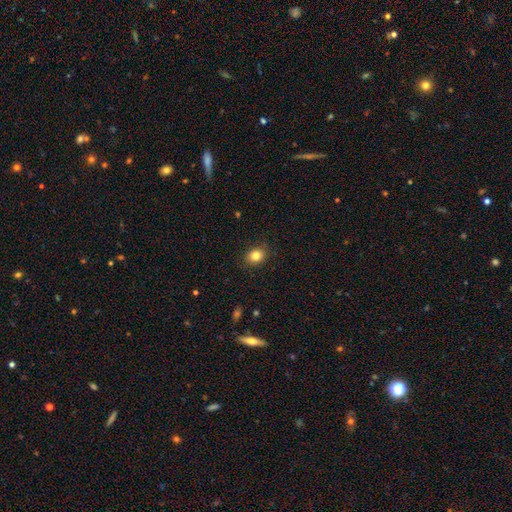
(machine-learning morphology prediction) Smooth or featured? Predicted: smooth (p=0.83). How rounded? Predicted: in between (p=0.50). Merging? Predicted: none (p=0.87).